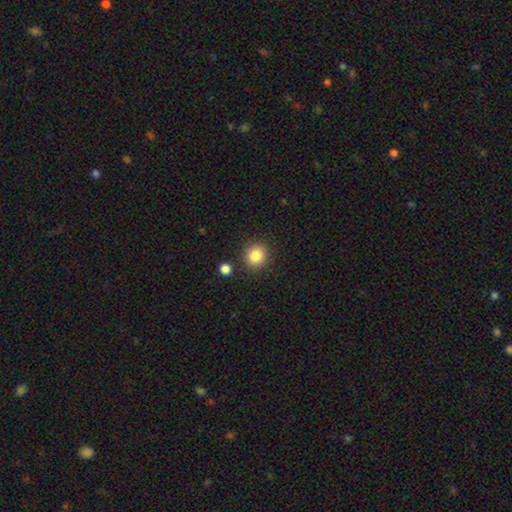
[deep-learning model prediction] smooth_or_featured: smooth (p=0.84) [alt: star or artifact p=0.11]
how_rounded: round (p=0.87) [alt: in between p=0.12]
merging: none (p=0.87) [alt: minor disturbance p=0.07]